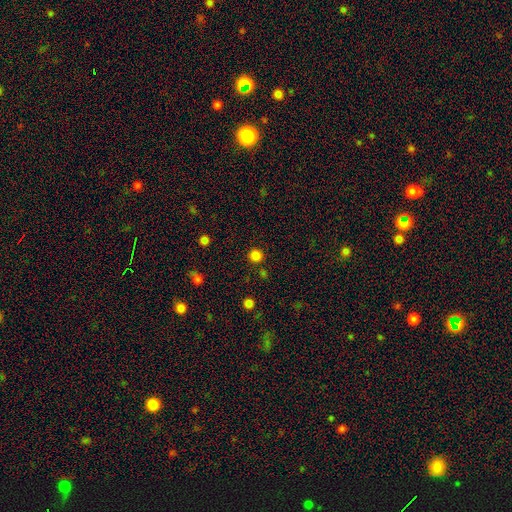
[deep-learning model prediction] Smooth or featured: smooth — 83% (star or artifact — 14%)
How rounded: round — 95% (in between — 5%)
Merging: none — 89% (minor disturbance — 6%)